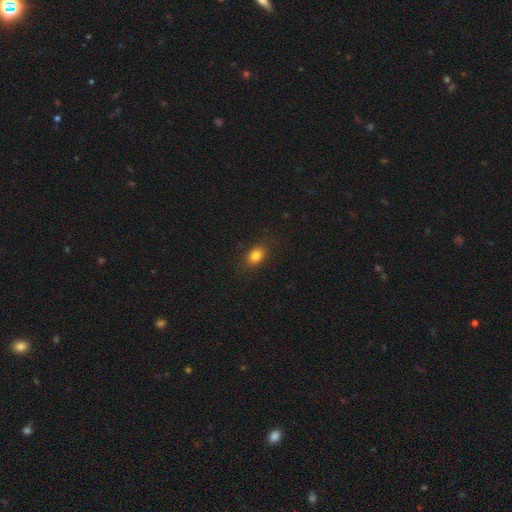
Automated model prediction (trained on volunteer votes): A smooth galaxy with no disk features (82%) that is in between round and cigar-shaped (70%).

Vote fractions:
- Smooth or featured? smooth: 82% / star or artifact: 11% / featured or disk: 7%
- How rounded? in between: 70% / round: 28% / cigar-shaped: 2%
- Merging? none: 86% / minor disturbance: 10% / major disturbance: 3% / merger: 1%